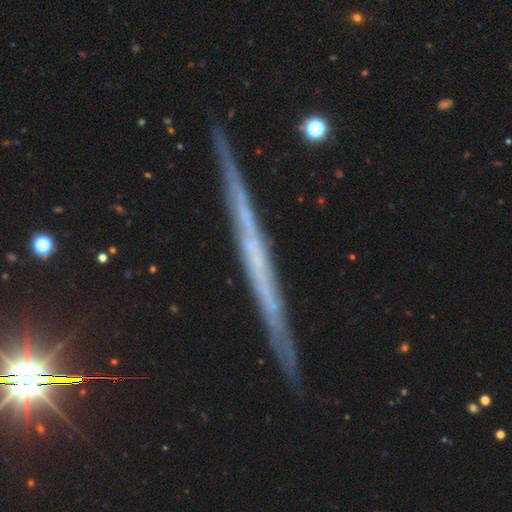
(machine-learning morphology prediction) Smooth or featured? Predicted: featured or disk (p=0.71). Edge-on disk? Predicted: yes (p=0.97). Edge-on bulge? Predicted: none (p=0.88). Merging? Predicted: none (p=0.89).